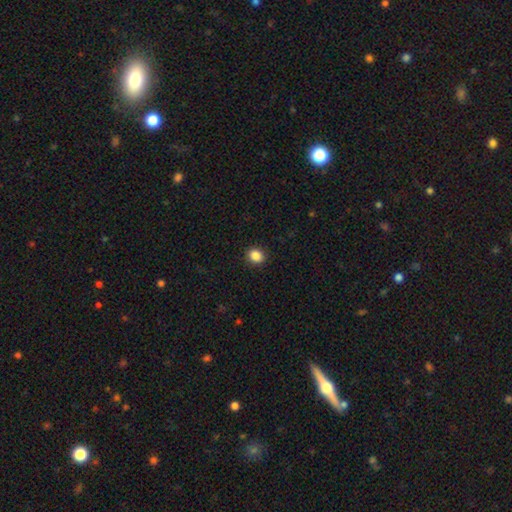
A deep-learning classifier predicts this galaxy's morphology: smooth 88%, star or artifact 9%, featured or disk 3%. Down the decision tree: how rounded — round (59%); merging — none (90%).